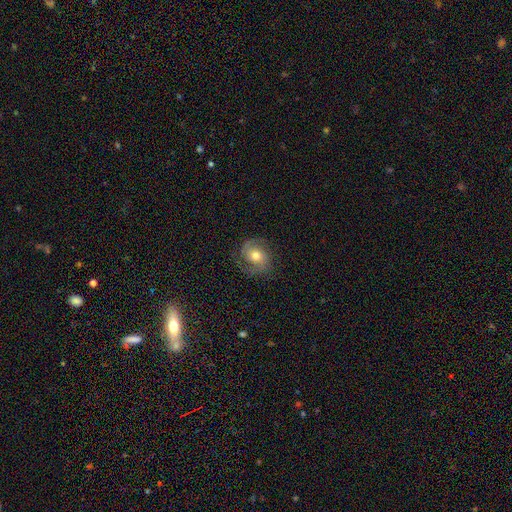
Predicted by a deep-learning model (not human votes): A featured or disk galaxy (71%) with no bar (67%), 2 (85%) medium (48%) spiral arms (92%) and a moderate central bulge (73%).

Vote fractions:
- Smooth or featured? featured or disk: 71% / smooth: 21% / star or artifact: 8%
- Edge-on disk? no: 97% / yes: 3%
- Bar? no: 67% / weak: 26% / strong: 7%
- Spiral arms? yes: 92% / no: 8%
- Spiral winding? medium: 48% / tight: 33% / loose: 19%
- Spiral arm count? 2: 85% / can't tell: 6% / 1: 5% / 3: 2% / 4: 1% / more than 4: 1%
- Bulge size? moderate: 73% / small: 15% / large: 9% / dominant: 1% / none: 1%
- Merging? none: 76% / minor disturbance: 15% / major disturbance: 8% / merger: 1%